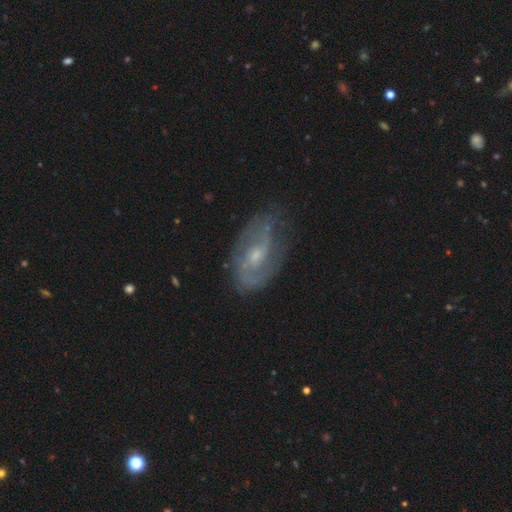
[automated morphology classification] smooth_or_featured: featured or disk (p=0.74) [alt: smooth p=0.15]
disk_edge_on: no (p=0.94) [alt: yes p=0.06]
bar: weak (p=0.47) [alt: no p=0.39]
has_spiral_arms: yes (p=0.86) [alt: no p=0.14]
spiral_winding: medium (p=0.42) [alt: tight p=0.33]
spiral_arm_count: 2 (p=0.59) [alt: can't tell p=0.25]
bulge_size: small (p=0.52) [alt: moderate p=0.42]
merging: none (p=0.72) [alt: minor disturbance p=0.19]